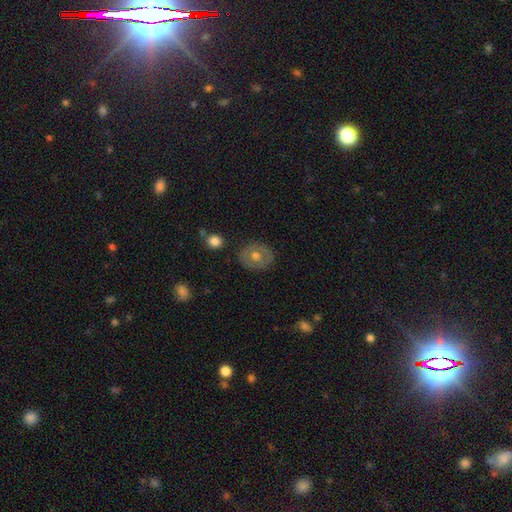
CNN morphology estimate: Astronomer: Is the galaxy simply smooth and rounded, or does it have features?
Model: smooth — 53% (runner-up: featured or disk, 38%).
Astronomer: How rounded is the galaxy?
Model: round — 66%.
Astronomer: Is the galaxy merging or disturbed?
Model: none — 84%.